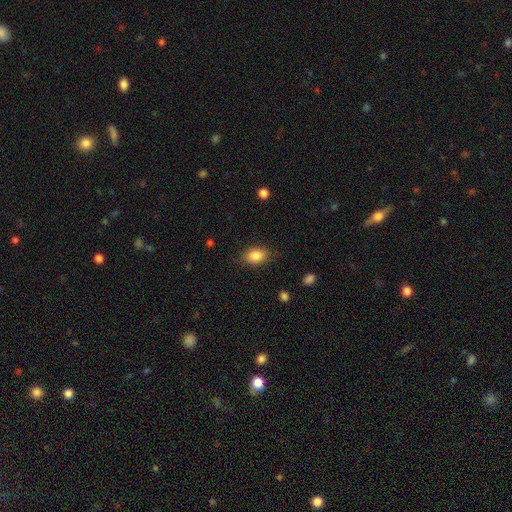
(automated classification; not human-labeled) Smooth or featured: smooth — 85% (star or artifact — 8%)
How rounded: in between — 82% (round — 17%)
Merging: none — 81% (minor disturbance — 14%)